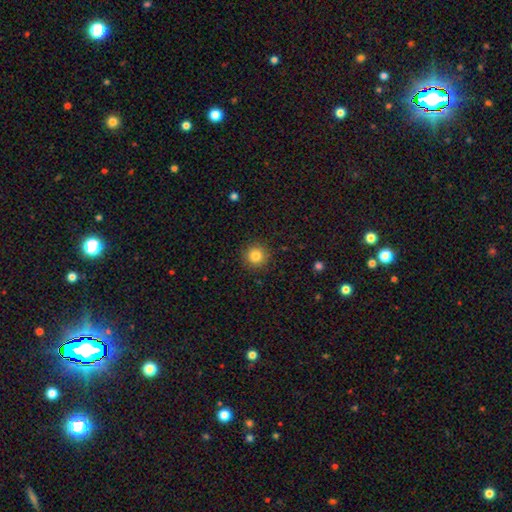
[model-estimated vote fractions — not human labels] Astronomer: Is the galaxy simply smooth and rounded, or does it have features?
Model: smooth — 83%.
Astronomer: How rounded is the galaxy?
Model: round — 94%.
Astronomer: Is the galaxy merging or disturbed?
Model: none — 90%.